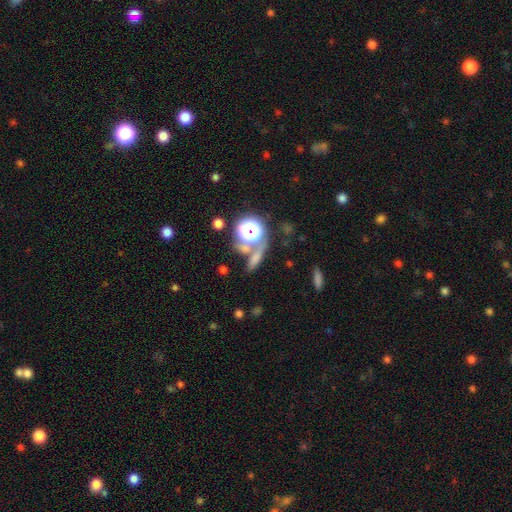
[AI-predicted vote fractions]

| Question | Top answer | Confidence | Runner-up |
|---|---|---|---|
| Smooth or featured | smooth | 56% | star or artifact (28%) |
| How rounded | round | 40% | cigar-shaped (31%) |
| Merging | none | 55% | merger (26%) |